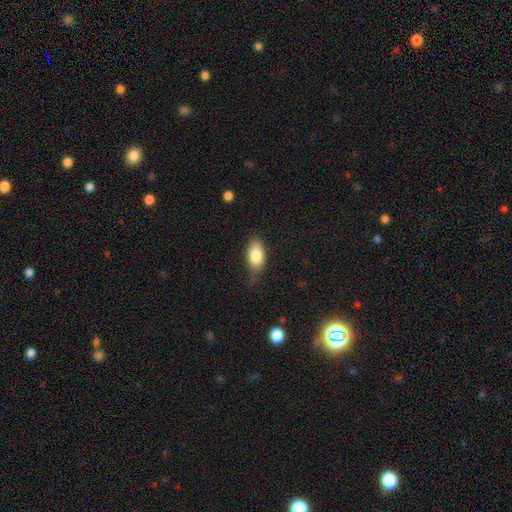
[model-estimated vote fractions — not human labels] Smooth or featured? Predicted: smooth (p=0.83). How rounded? Predicted: in between (p=0.90). Merging? Predicted: none (p=0.65).